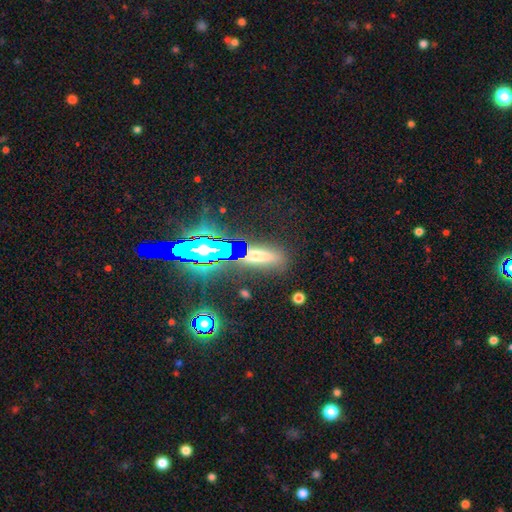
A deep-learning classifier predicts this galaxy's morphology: type=smooth (44%); merging=none (75%).